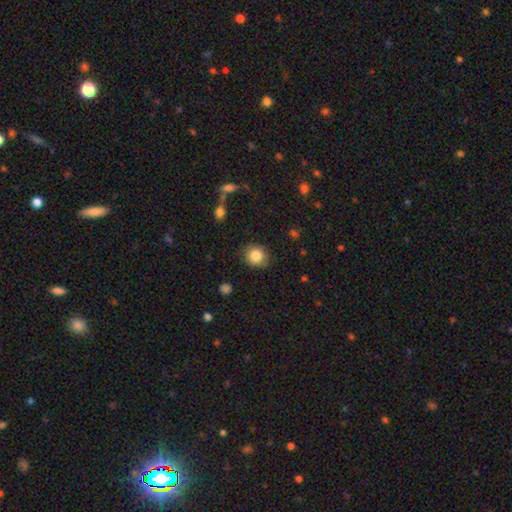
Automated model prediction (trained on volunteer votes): Smooth or featured? Predicted: smooth (p=0.85). How rounded? Predicted: round (p=0.82). Merging? Predicted: none (p=0.86).